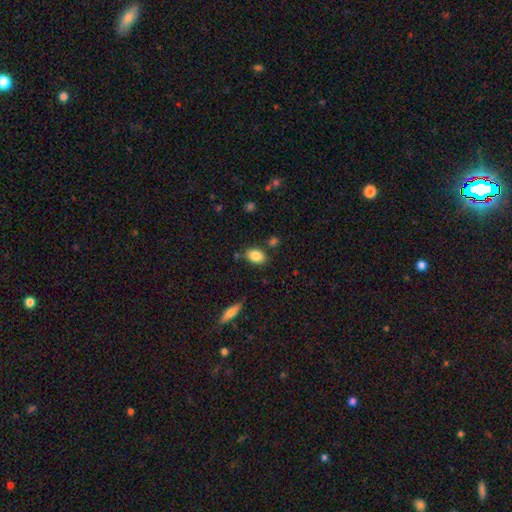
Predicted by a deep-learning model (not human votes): A smooth galaxy with no disk features (85%) that is in between round and cigar-shaped (86%). Merging: none (79%).